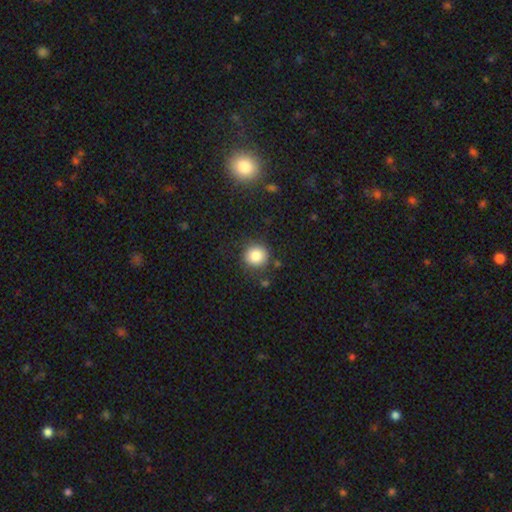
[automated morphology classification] A smooth galaxy with no disk features (84%) that is round (91%). Merging: none (84%).